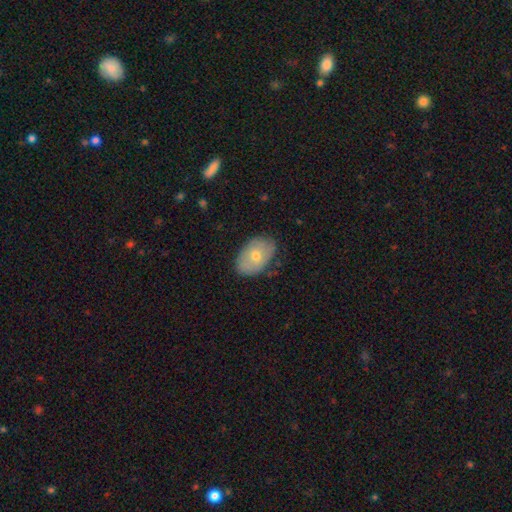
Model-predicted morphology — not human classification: Smooth or featured?
  - smooth: 62% *
  - featured or disk: 31%
  - star or artifact: 7%
How rounded?
  - in between: 87% *
  - round: 12%
  - cigar-shaped: 1%
Merging?
  - none: 77% *
  - minor disturbance: 18%
  - major disturbance: 3%
  - merger: 1%